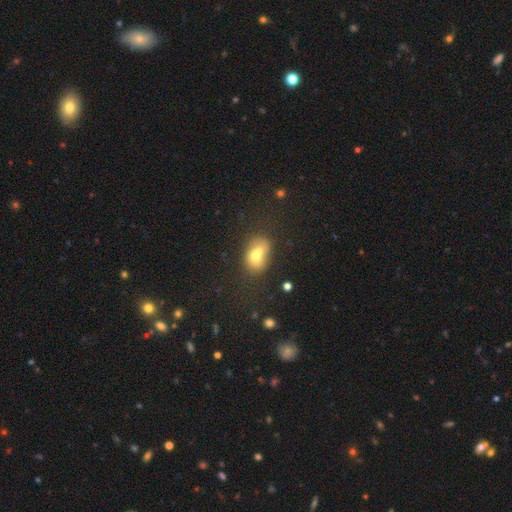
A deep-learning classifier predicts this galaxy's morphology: smooth 66%, featured or disk 22%, star or artifact 12%. Down the decision tree: how rounded — in between (64%); merging — merger (52%).